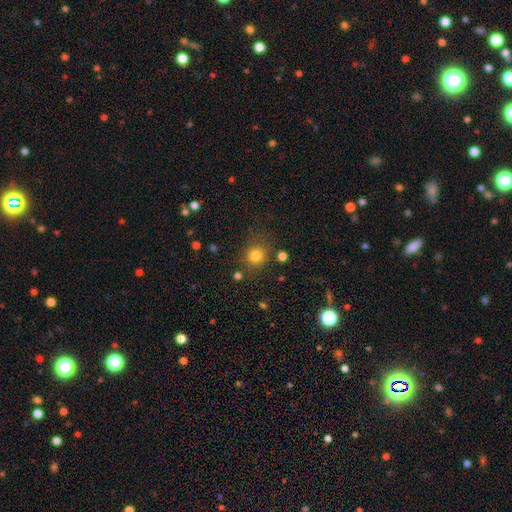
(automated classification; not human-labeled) smooth-or-featured: smooth: 80% | star or artifact: 14% | featured or disk: 6%
  how-rounded: round: 88% | in between: 11% | cigar-shaped: 1%
  merging: none: 79% | minor disturbance: 11% | major disturbance: 5% | merger: 5%